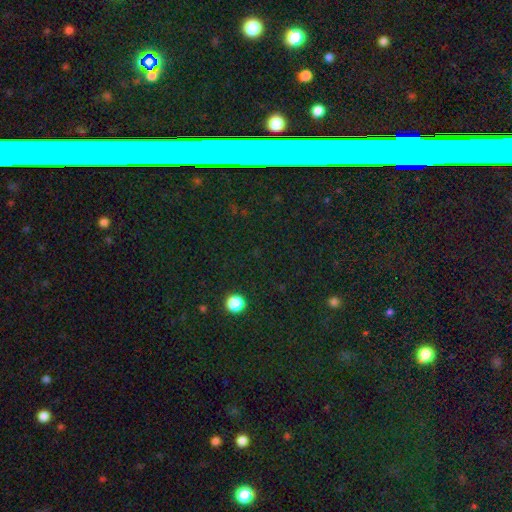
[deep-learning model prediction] Smooth or featured: star or artifact — 77% (smooth — 13%)